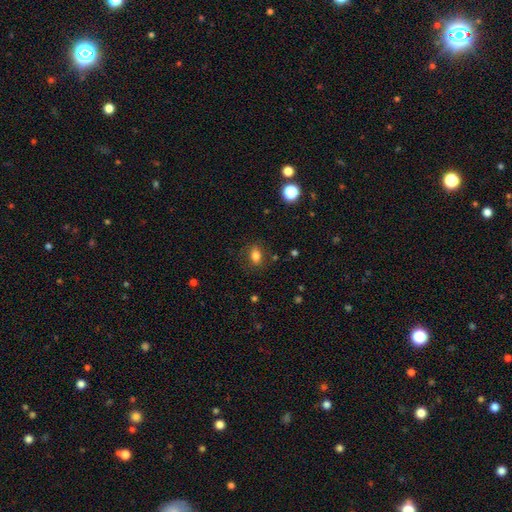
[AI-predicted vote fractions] Smooth or featured? smooth (80%)
How rounded? in between (72%)
Merging? none (81%)